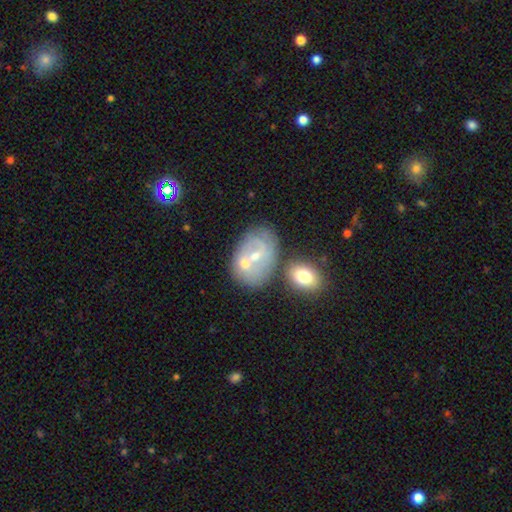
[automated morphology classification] smooth_or_featured: featured or disk (p=0.59) [alt: smooth p=0.31]
disk_edge_on: no (p=0.95) [alt: yes p=0.05]
bar: no (p=0.55) [alt: weak p=0.34]
has_spiral_arms: yes (p=0.51) [alt: no p=0.49]
bulge_size: small (p=0.53) [alt: moderate p=0.41]
merging: none (p=0.42) [alt: merger p=0.35]